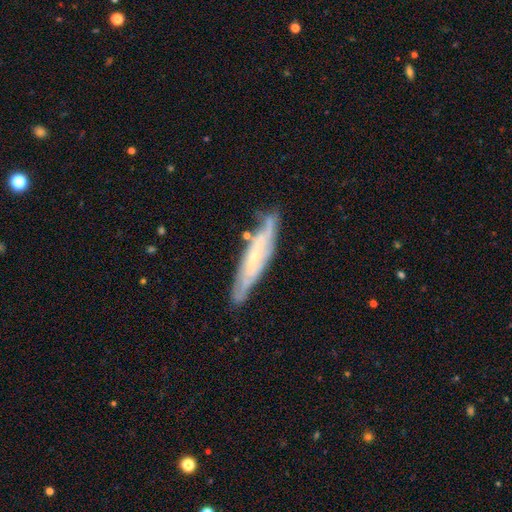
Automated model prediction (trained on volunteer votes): This appears to be a featured or disk galaxy (71%) viewed edge-on (54%). Merging: none (76%).